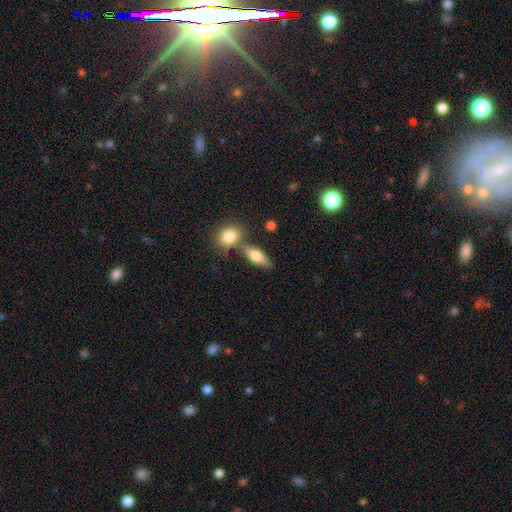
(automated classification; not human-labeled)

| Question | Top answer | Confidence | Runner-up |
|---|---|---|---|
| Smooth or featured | smooth | 65% | featured or disk (28%) |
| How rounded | in between | 67% | cigar-shaped (25%) |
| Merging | none | 59% | merger (25%) |